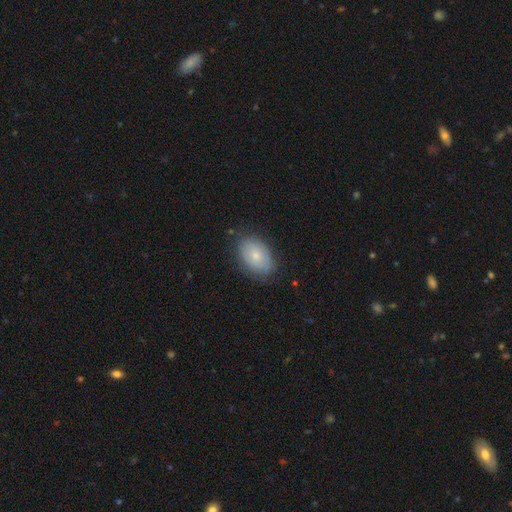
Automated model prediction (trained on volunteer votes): smooth_or_featured: smooth (p=0.72) [alt: featured or disk p=0.21]
how_rounded: in between (p=0.86) [alt: round p=0.12]
merging: none (p=0.78) [alt: minor disturbance p=0.17]